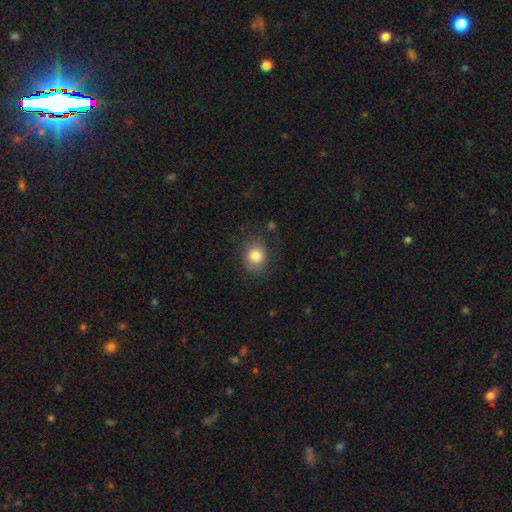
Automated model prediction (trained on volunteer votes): Smooth or featured: smooth — 82% (featured or disk — 9%)
How rounded: round — 68% (in between — 31%)
Merging: none — 75% (minor disturbance — 17%)